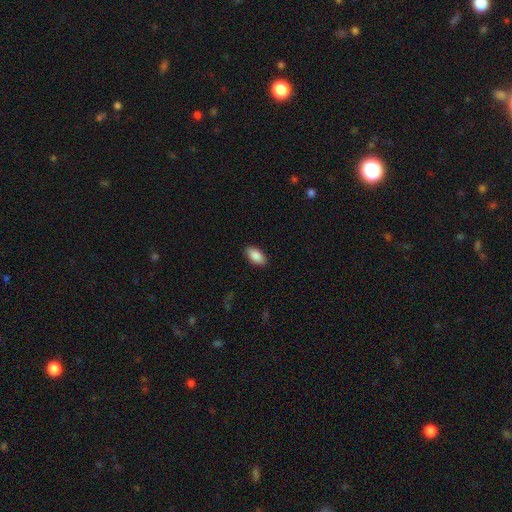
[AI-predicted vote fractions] A smooth galaxy with no disk features (89%) that is in between round and cigar-shaped (94%).

Vote fractions:
- Smooth or featured? smooth: 89% / star or artifact: 6% / featured or disk: 4%
- How rounded? in between: 94% / cigar-shaped: 3% / round: 3%
- Merging? none: 89% / minor disturbance: 8% / major disturbance: 2% / merger: 1%